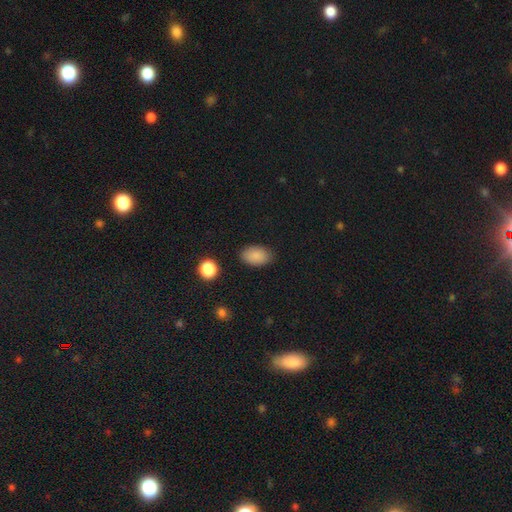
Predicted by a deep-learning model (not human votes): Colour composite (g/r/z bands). It shows a smooth galaxy with no disk features (87%) that is in between round and cigar-shaped (90%). Merging: none (86%).